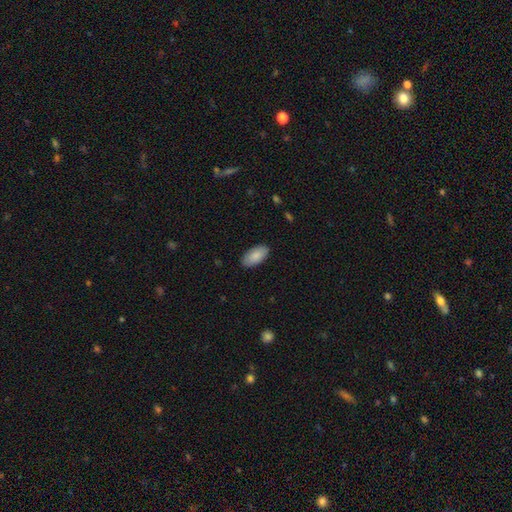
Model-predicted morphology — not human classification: smooth-or-featured: smooth: 88% | featured or disk: 6% | star or artifact: 6%
  how-rounded: in between: 94% | cigar-shaped: 4% | round: 2%
  merging: none: 88% | minor disturbance: 10% | major disturbance: 2% | merger: 1%